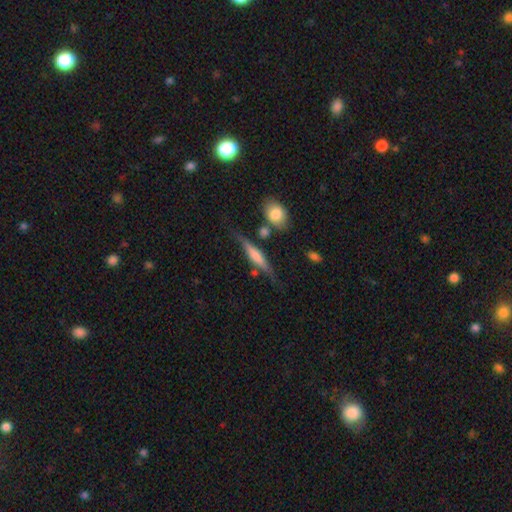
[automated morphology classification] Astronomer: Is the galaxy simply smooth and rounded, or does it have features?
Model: featured or disk — 51% (runner-up: smooth, 42%).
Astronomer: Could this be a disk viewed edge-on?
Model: yes — 93%.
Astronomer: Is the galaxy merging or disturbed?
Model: none — 70%.